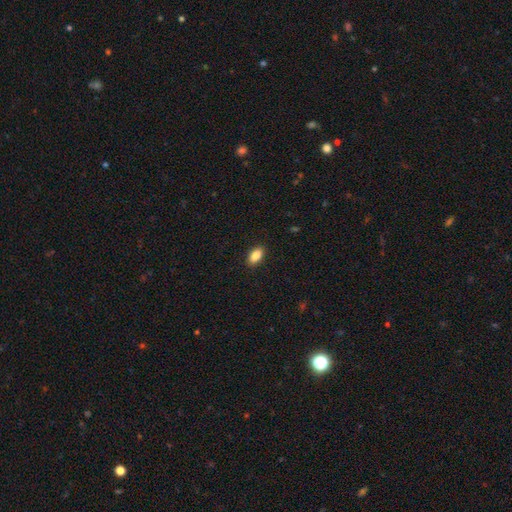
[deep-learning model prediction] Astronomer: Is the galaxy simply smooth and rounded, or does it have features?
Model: smooth — 86%.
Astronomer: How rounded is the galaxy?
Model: in between — 91%.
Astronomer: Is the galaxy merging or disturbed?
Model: none — 90%.